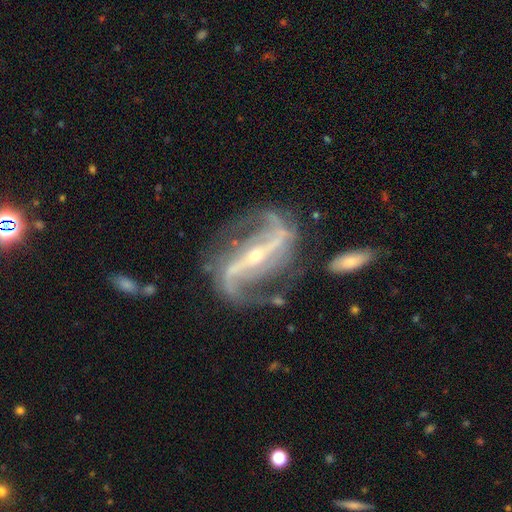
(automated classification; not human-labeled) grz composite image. It shows a featured or disk galaxy (92%) with a strong bar (75%), 2 (90%) loose (50%) spiral arms (97%) and a small central bulge (74%). Merging: none (68%).